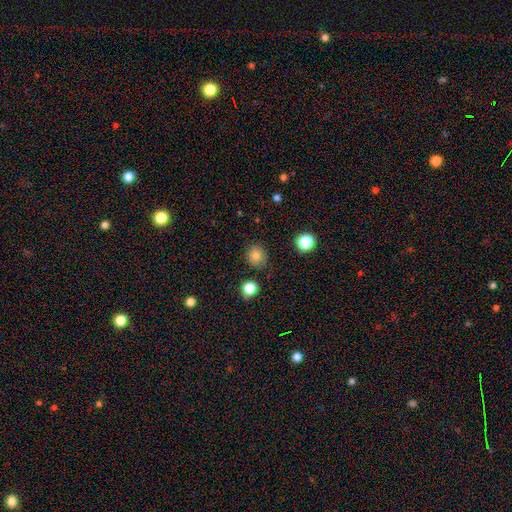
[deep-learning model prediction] smooth_or_featured: smooth (p=0.82) [alt: star or artifact p=0.12]
how_rounded: round (p=0.81) [alt: in between p=0.18]
merging: none (p=0.84) [alt: minor disturbance p=0.10]